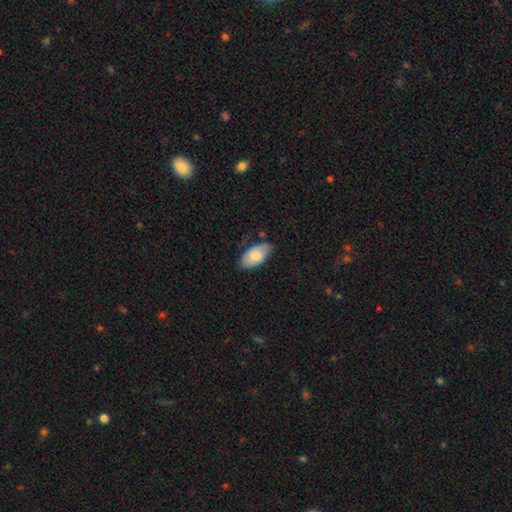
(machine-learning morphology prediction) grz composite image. It shows a smooth galaxy with no disk features (79%) that is in between round and cigar-shaped (95%). Merging: none (61%).